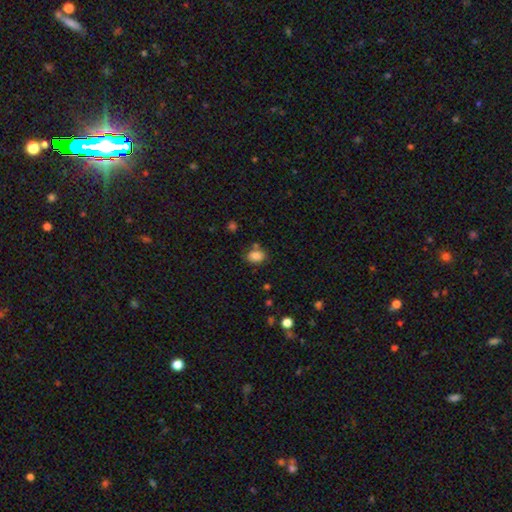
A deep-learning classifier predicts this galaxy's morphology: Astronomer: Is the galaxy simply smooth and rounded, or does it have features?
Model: smooth — 84%.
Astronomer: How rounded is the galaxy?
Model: in between — 75%.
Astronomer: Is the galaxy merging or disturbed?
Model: none — 70%.